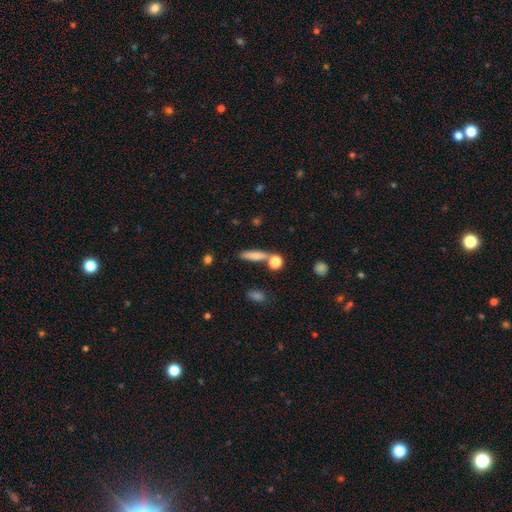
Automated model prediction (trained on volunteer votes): Smooth or featured? Predicted: smooth (p=0.73). How rounded? Predicted: cigar-shaped (p=0.71). Merging? Predicted: none (p=0.68).